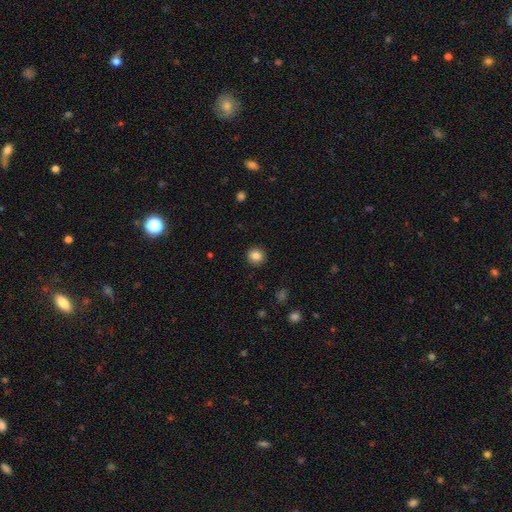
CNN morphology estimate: A smooth galaxy with no disk features (85%) that is round (92%). Merging: none (92%).